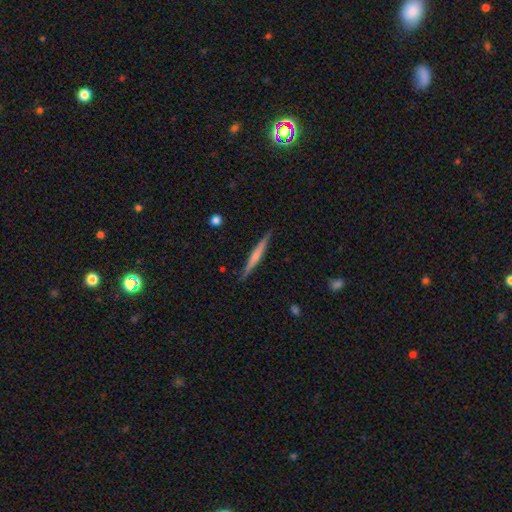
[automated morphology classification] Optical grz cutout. It shows a featured or disk galaxy (56%) viewed edge-on (98%) with no central bulge (45%). Merging: none (90%).